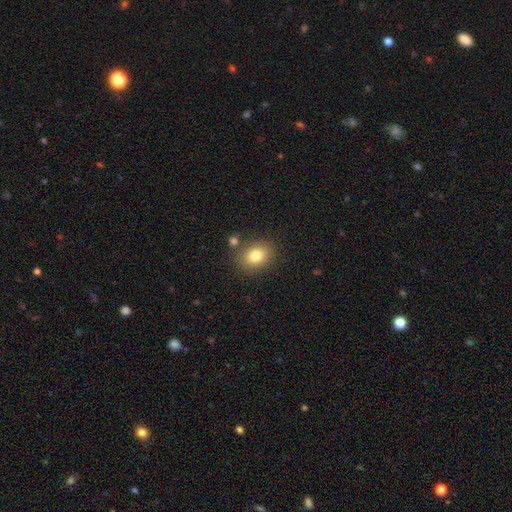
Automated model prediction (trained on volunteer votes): Smooth or featured: smooth — 80% (star or artifact — 11%)
How rounded: round — 59% (in between — 40%)
Merging: none — 79% (minor disturbance — 11%)